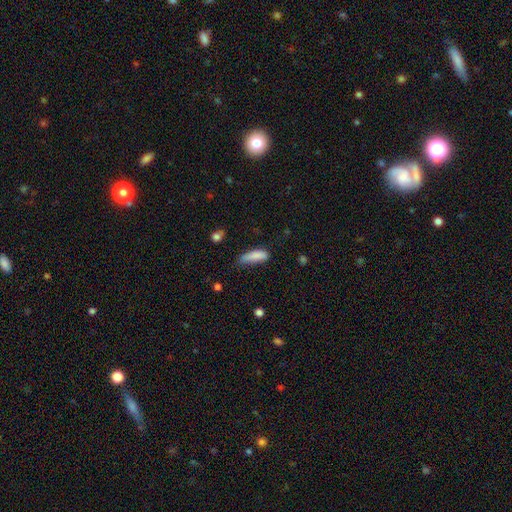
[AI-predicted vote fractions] This appears to be a smooth galaxy with no disk features (85%) that is cigar-shaped (54%). Merging: none (49%).